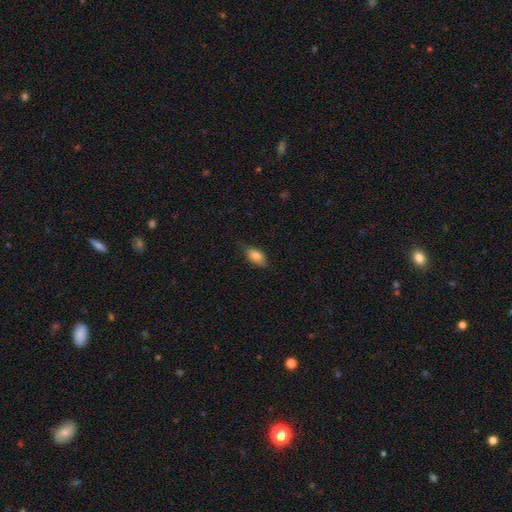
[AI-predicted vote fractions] smooth_or_featured: smooth (p=0.82) [alt: featured or disk p=0.11]
how_rounded: in between (p=0.89) [alt: round p=0.06]
merging: none (p=0.72) [alt: minor disturbance p=0.22]